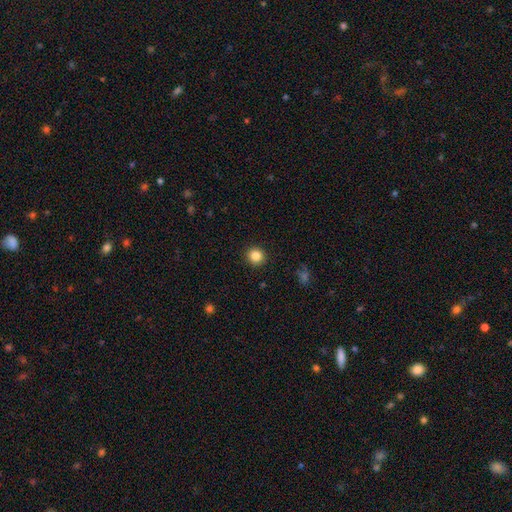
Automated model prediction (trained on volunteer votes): This appears to be a smooth galaxy with no disk features (85%) that is round (93%). Merging: none (93%).